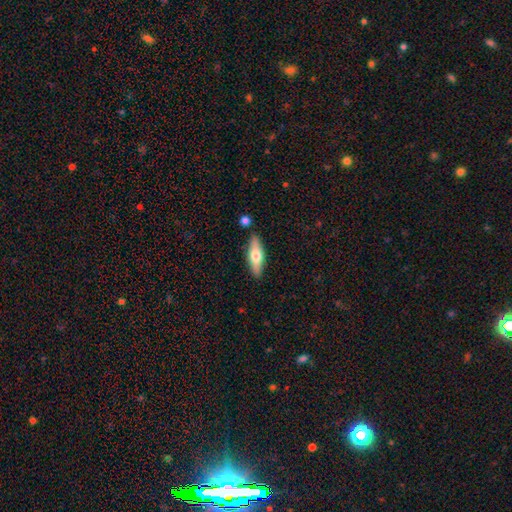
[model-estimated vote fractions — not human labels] Overall: smooth (57%; featured or disk 37%). How rounded: in between (50%; cigar-shaped 48%). Merging: none (84%).